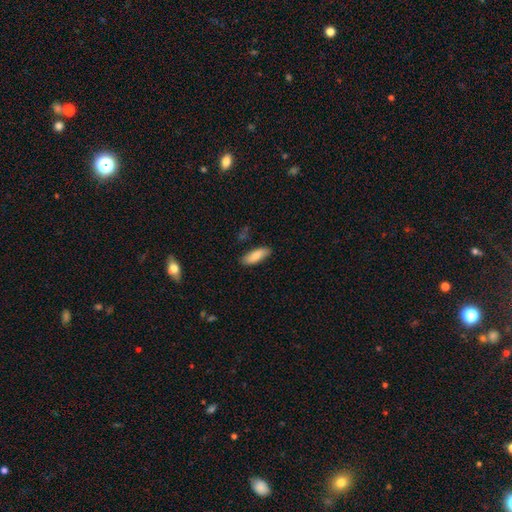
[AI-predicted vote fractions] Overall: smooth (86%). How rounded: in between (66%; cigar-shaped 33%). Merging: none (84%).